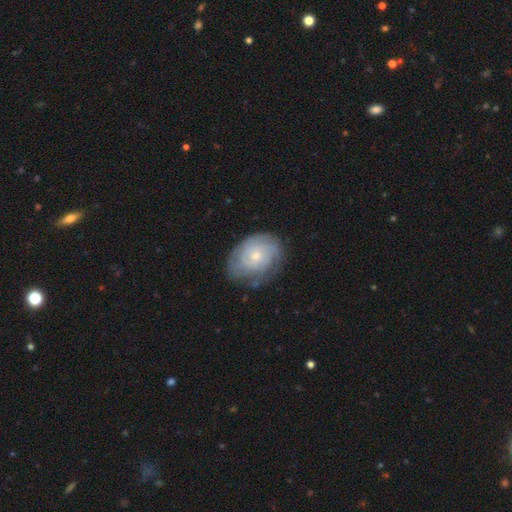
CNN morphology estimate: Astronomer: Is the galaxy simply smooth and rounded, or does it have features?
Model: featured or disk — 73%.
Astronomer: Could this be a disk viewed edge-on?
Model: no — 97%.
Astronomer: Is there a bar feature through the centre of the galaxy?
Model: no — 79%.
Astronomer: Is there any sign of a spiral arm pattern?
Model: yes — 91%.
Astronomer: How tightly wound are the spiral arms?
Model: tight — 72%.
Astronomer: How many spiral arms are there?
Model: can't tell — 48%.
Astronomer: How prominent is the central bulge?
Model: small — 59% (runner-up: moderate, 37%).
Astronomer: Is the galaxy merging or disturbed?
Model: none — 72%.